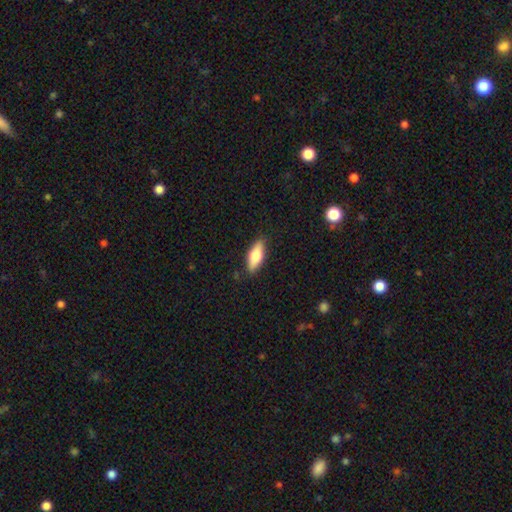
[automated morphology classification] smooth_or_featured: smooth (p=0.65) [alt: featured or disk p=0.29]
how_rounded: in between (p=0.69) [alt: cigar-shaped p=0.28]
merging: none (p=0.86) [alt: minor disturbance p=0.10]